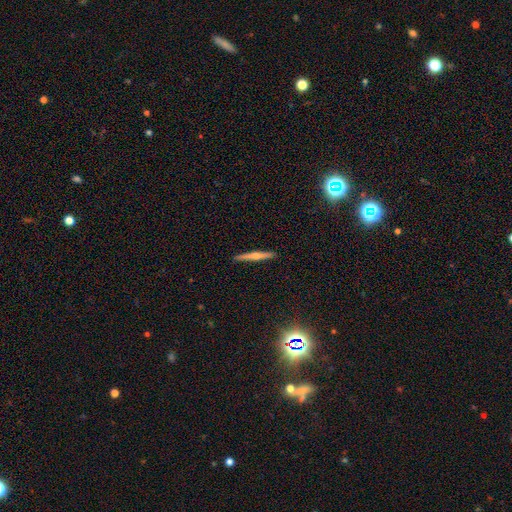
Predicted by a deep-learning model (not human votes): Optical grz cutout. It shows a featured or disk galaxy (62%) viewed edge-on (97%) with a rounded central bulge (81%). Merging: none (92%).